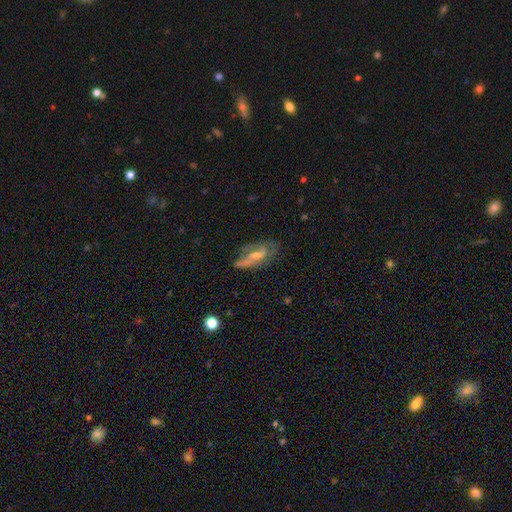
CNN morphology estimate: Overall: featured or disk (68%). Edge-on disk: no (82%). Bar: weak (39%; no 38%). Spiral arms: yes (72%). Bulge size: moderate (44%, tied with small). Merging: none (61%; minor disturbance 23%).